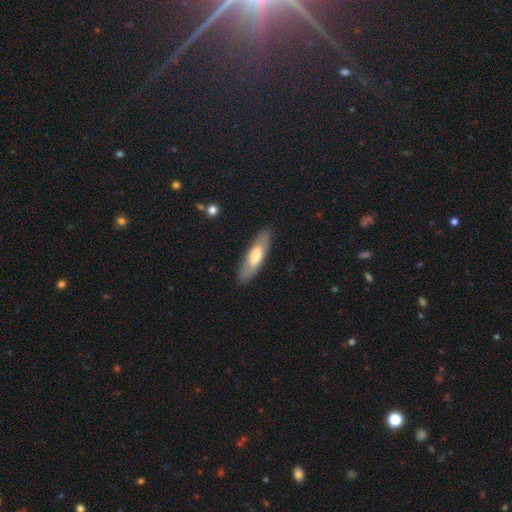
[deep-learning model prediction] Smooth or featured? smooth (57%)
How rounded? cigar-shaped (55%)
Merging? none (87%)